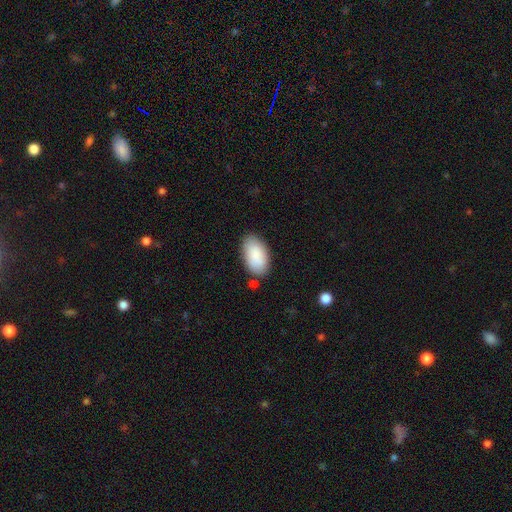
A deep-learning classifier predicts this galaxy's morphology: The model was most divided on "merging": none: 78%, minor disturbance: 14%, merger: 4%, major disturbance: 3%. More confident: how rounded — in between (95%); smooth or featured — smooth (88%).